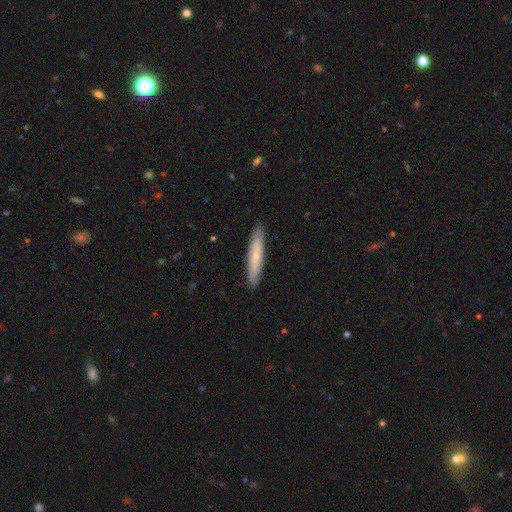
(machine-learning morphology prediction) This appears to be a smooth galaxy with no disk features (66%) that is cigar-shaped (93%). Merging: none (91%).